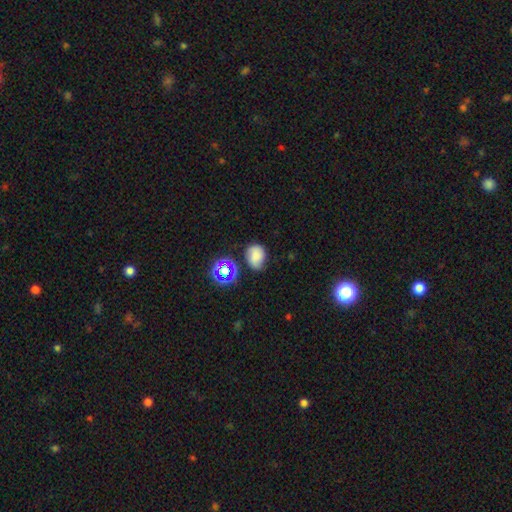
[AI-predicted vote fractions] This appears to be a smooth galaxy with no disk features (68%) that is in between round and cigar-shaped (55%). Merging: none (56%).